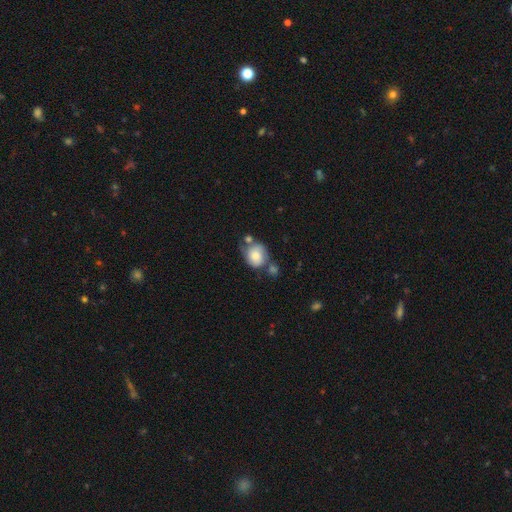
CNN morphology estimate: A smooth galaxy with no disk features (66%) that is round (63%). Merging: none (37%).